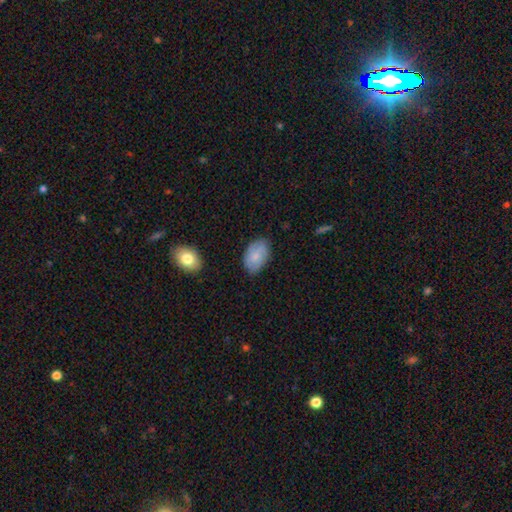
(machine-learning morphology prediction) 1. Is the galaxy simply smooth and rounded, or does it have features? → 75% smooth, 19% featured or disk, 7% star or artifact.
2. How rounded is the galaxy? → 90% in between, 9% round, 1% cigar-shaped.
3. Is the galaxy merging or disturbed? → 78% none, 18% minor disturbance, 3% major disturbance, 1% merger.